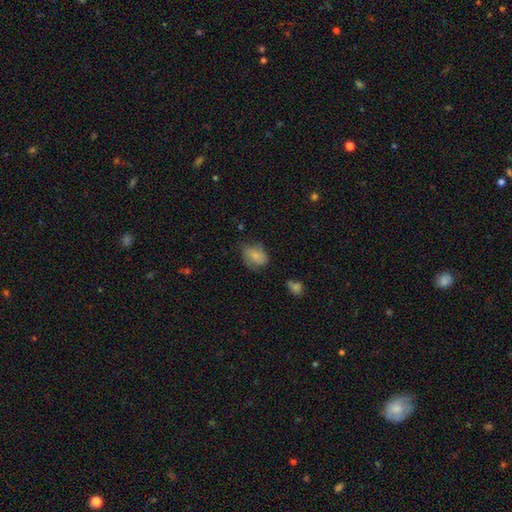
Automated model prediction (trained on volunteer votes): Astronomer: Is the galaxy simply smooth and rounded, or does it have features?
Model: smooth — 74%.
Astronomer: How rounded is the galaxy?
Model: in between — 67%.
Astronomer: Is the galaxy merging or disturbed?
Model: none — 53% (runner-up: minor disturbance, 32%).